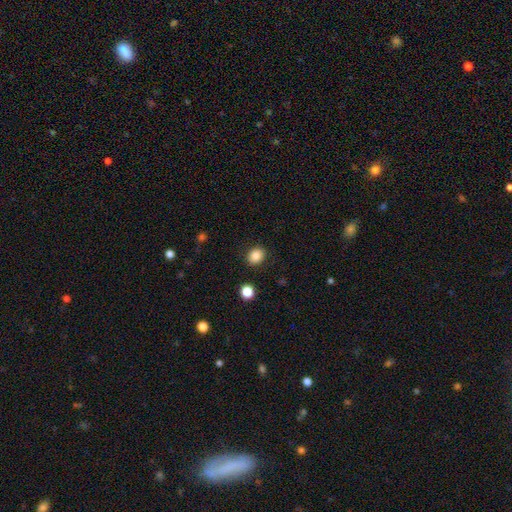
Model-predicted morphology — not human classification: This appears to be a smooth galaxy with no disk features (84%) that is round (70%). Merging: none (89%).